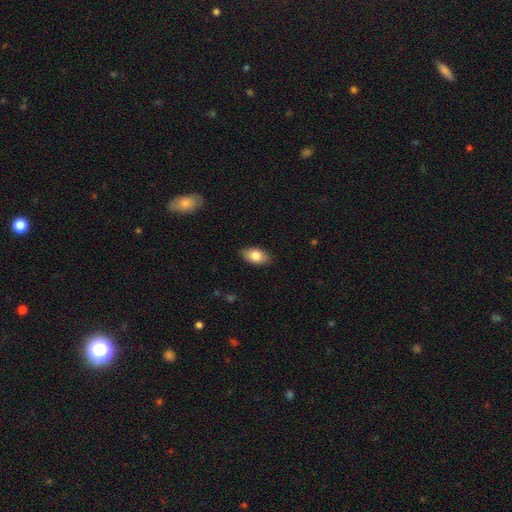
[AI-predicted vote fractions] Morphology: type=smooth (80%); roundness=in between (92%); merging=none (87%).